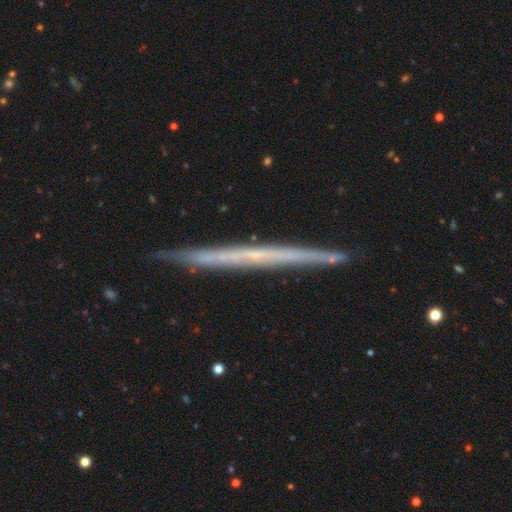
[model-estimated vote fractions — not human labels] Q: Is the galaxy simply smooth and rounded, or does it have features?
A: featured or disk — 68%.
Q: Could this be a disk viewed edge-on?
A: yes — 97%.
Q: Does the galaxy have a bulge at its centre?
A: none — 90%.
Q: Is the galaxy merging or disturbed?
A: none — 89%.